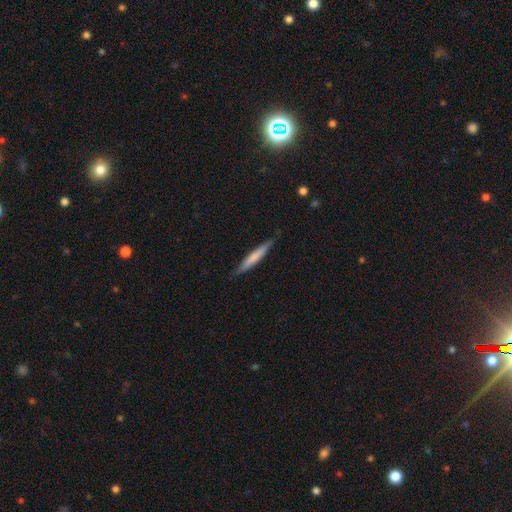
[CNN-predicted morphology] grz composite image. It shows a smooth galaxy with no disk features (57%) that is cigar-shaped (95%). Merging: none (86%).